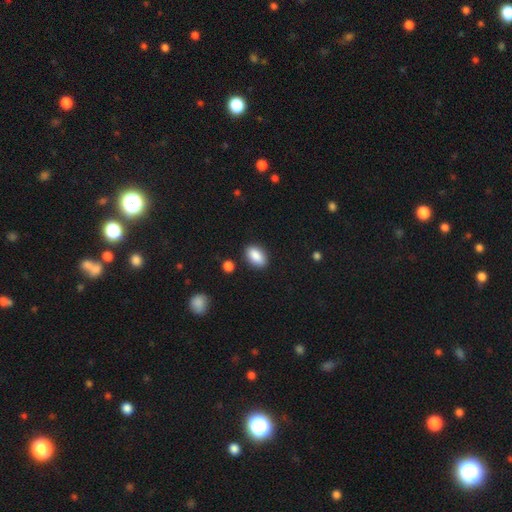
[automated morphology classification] smooth_or_featured: smooth (p=0.88) [alt: star or artifact p=0.07]
how_rounded: in between (p=0.90) [alt: round p=0.07]
merging: none (p=0.86) [alt: minor disturbance p=0.09]